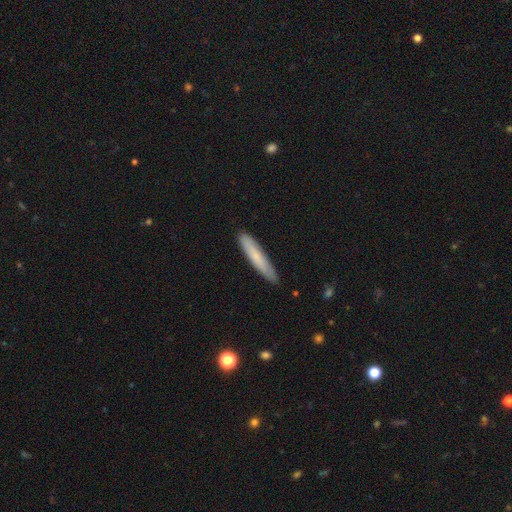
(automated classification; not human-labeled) This is likely a smooth galaxy (72%). How rounded: clearly cigar-shaped (91%). Merging: clearly none (85%).